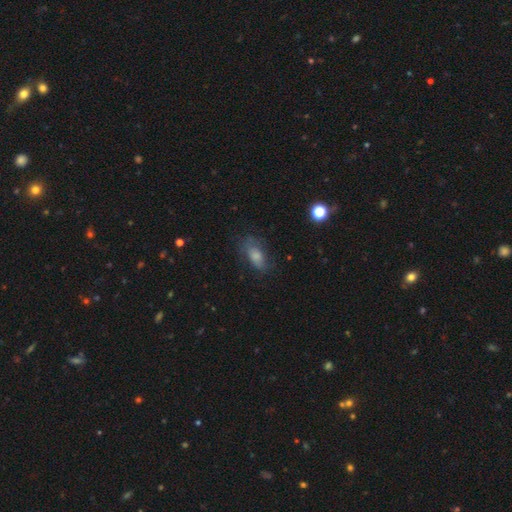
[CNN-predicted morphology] The model was most divided on "merging": none: 56%, minor disturbance: 26%, major disturbance: 16%, merger: 2%. More confident: how rounded — in between (85%); smooth or featured — smooth (66%).